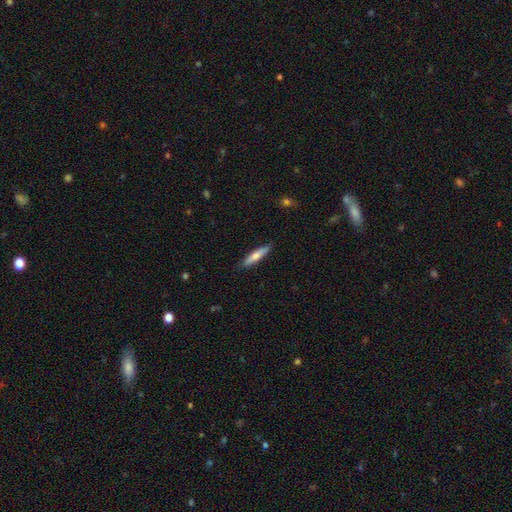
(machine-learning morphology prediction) This appears to be a smooth galaxy with no disk features (64%) that is cigar-shaped (82%). Merging: none (88%).